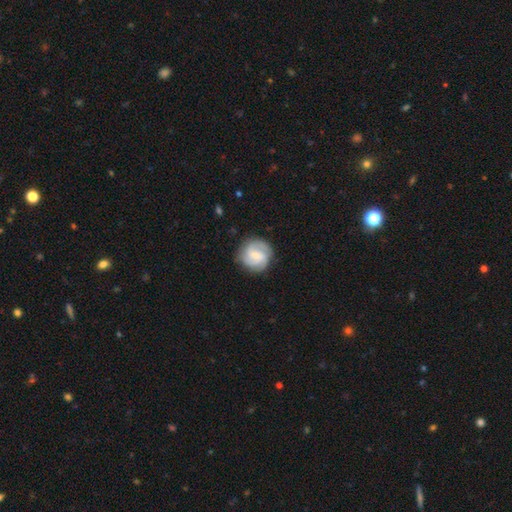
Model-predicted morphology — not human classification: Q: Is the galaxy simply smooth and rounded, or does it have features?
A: featured or disk — 73%.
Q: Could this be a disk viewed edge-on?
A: no — 98%.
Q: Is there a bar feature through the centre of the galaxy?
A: weak — 50%.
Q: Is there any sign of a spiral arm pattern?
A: yes — 96%.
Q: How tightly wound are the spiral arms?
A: medium — 44%.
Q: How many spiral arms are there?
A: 3 — 39%.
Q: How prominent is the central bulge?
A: small — 59%.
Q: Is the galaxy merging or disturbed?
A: none — 83%.